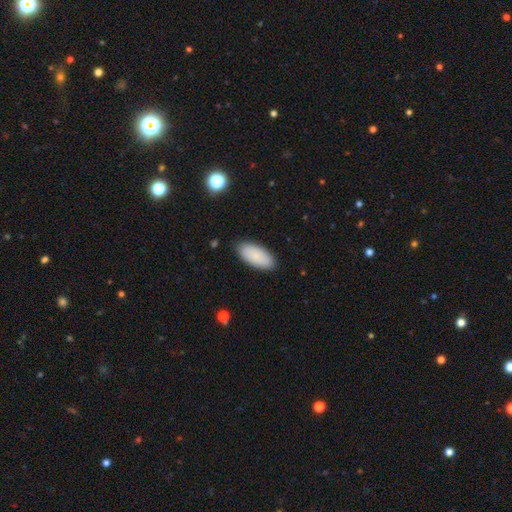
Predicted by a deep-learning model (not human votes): A smooth galaxy with no disk features (88%) that is in between round and cigar-shaped (91%).

Vote fractions:
- Smooth or featured? smooth: 88% / star or artifact: 6% / featured or disk: 6%
- How rounded? in between: 91% / cigar-shaped: 7% / round: 2%
- Merging? none: 87% / minor disturbance: 10% / major disturbance: 2% / merger: 1%